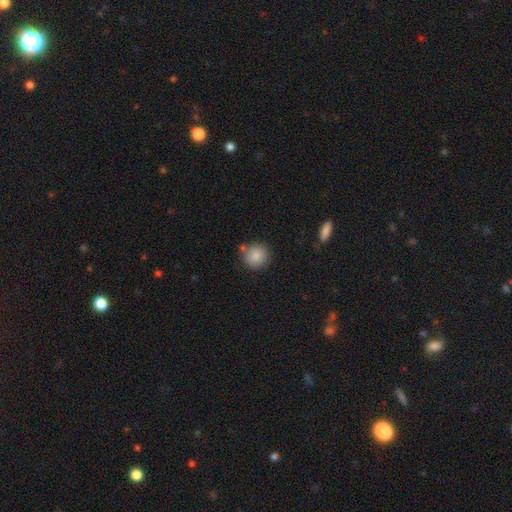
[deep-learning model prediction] Smooth or featured: smooth — 87% (star or artifact — 8%)
How rounded: round — 93% (in between — 6%)
Merging: none — 81% (minor disturbance — 10%)